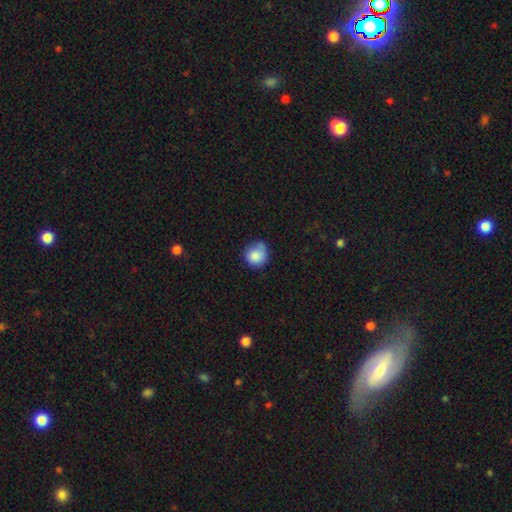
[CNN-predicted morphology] This appears to be a smooth galaxy with no disk features (84%) that is round (87%). Merging: none (55%).